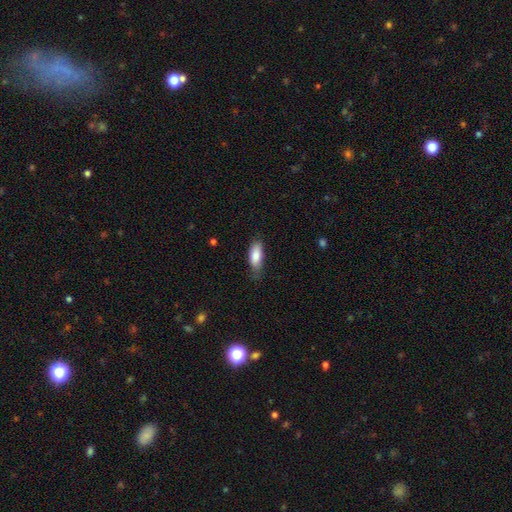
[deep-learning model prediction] smooth_or_featured: smooth (p=0.83) [alt: featured or disk p=0.11]
how_rounded: in between (p=0.75) [alt: cigar-shaped p=0.23]
merging: none (p=0.70) [alt: minor disturbance p=0.25]